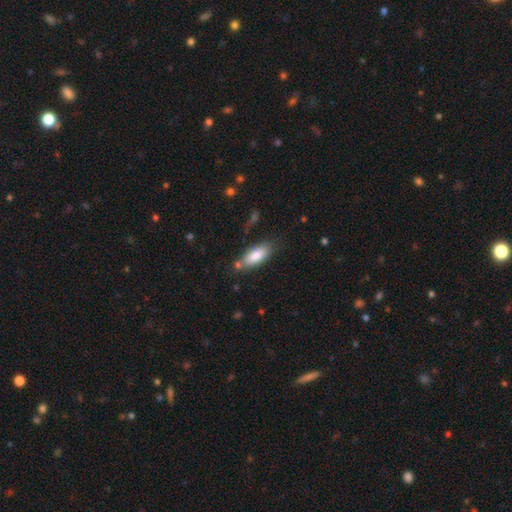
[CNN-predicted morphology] Smooth or featured?
  - smooth: 82% *
  - featured or disk: 12%
  - star or artifact: 6%
How rounded?
  - in between: 78% *
  - cigar-shaped: 20%
  - round: 2%
Merging?
  - none: 66% *
  - minor disturbance: 20%
  - merger: 8%
  - major disturbance: 6%